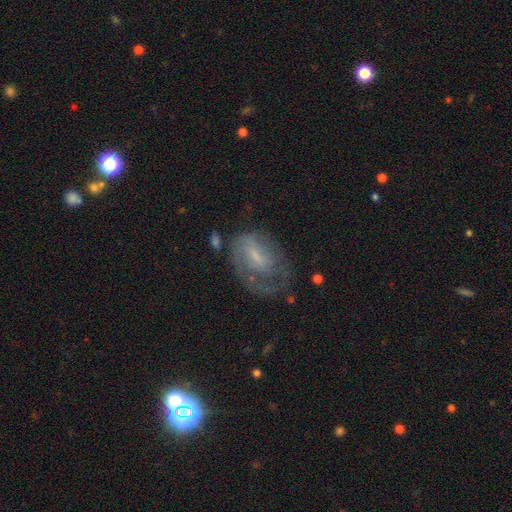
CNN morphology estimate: type=featured or disk (59%); edge-on=no (95%); bar=weak (47%); spiral arms=yes (69%); bulge=small (49%); merging=none (39%).